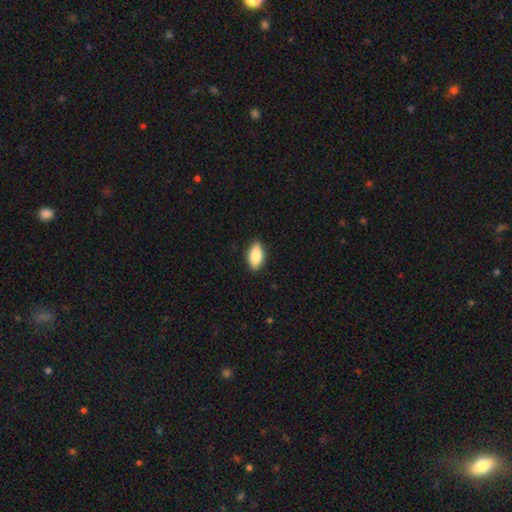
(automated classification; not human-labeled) Smooth or featured?
  - smooth: 84% *
  - featured or disk: 10%
  - star or artifact: 6%
How rounded?
  - in between: 90% *
  - cigar-shaped: 6%
  - round: 4%
Merging?
  - none: 89% *
  - minor disturbance: 8%
  - major disturbance: 2%
  - merger: 1%